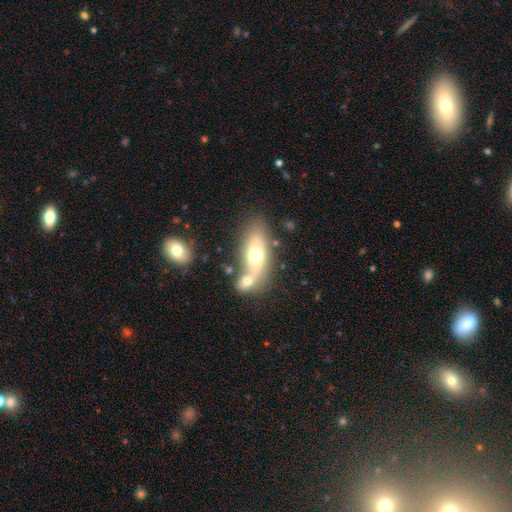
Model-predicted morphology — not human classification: Smooth or featured? smooth (60%)
How rounded? in between (81%)
Merging? merger (46%)